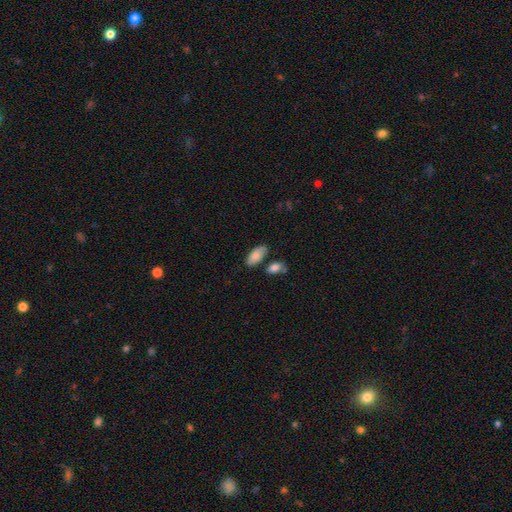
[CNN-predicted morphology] Smooth or featured: smooth — 81% (featured or disk — 12%)
How rounded: in between — 90% (cigar-shaped — 7%)
Merging: none — 70% (minor disturbance — 17%)